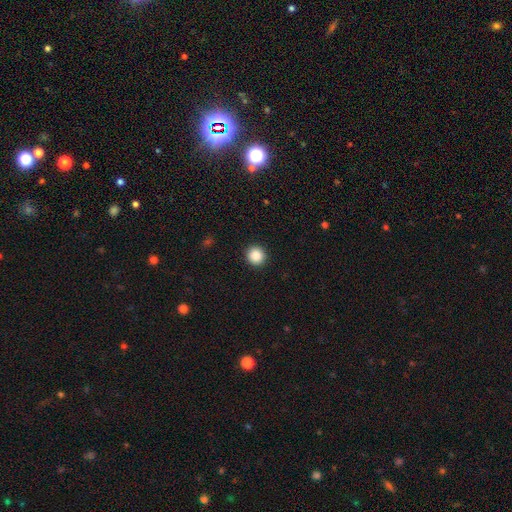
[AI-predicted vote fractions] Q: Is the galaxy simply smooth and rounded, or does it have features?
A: smooth — 87%.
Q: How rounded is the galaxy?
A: round — 94%.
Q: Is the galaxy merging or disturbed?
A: none — 93%.